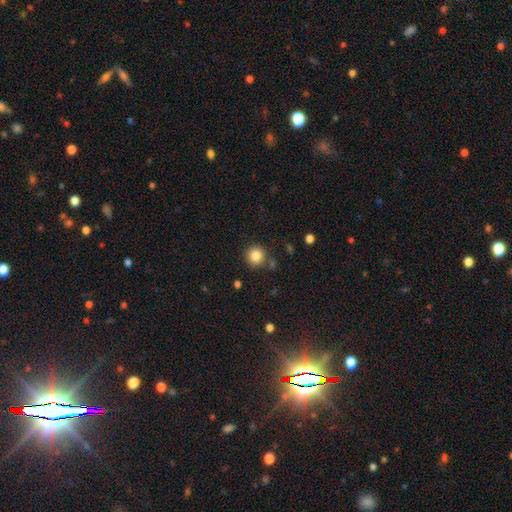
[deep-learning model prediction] This is clearly a smooth galaxy (84%). How rounded: clearly round (93%). Merging: clearly none (84%).